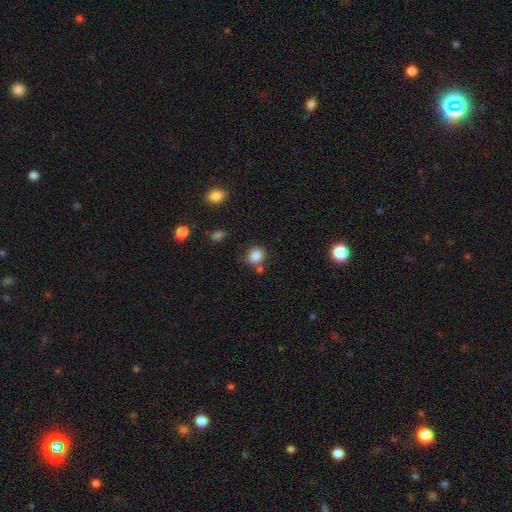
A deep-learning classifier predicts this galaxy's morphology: Overall: smooth (84%). How rounded: round (72%). Merging: none (68%).